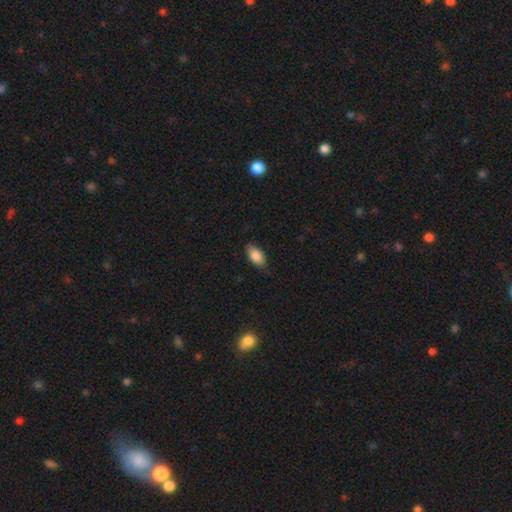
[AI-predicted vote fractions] Smooth or featured? Predicted: smooth (p=0.86). How rounded? Predicted: in between (p=0.92). Merging? Predicted: none (p=0.81).